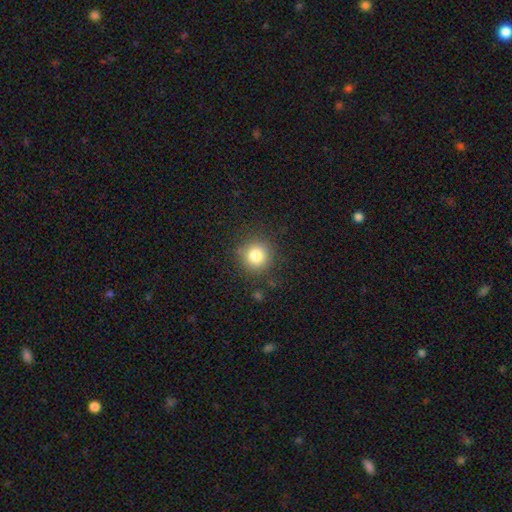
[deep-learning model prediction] smooth-or-featured: smooth: 81% | star or artifact: 12% | featured or disk: 7%
  how-rounded: round: 93% | in between: 6% | cigar-shaped: 1%
  merging: none: 87% | minor disturbance: 8% | major disturbance: 3% | merger: 2%